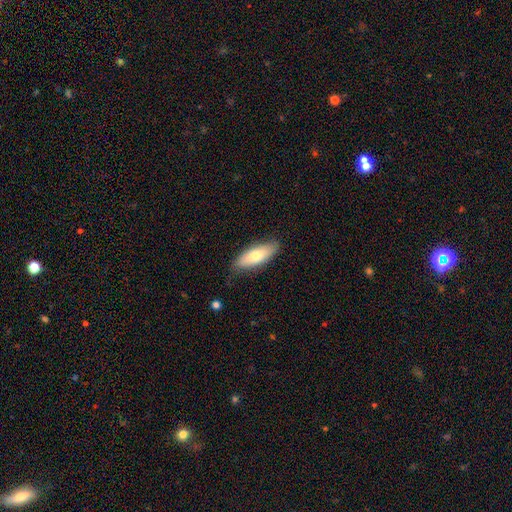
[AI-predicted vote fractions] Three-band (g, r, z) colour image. It shows a smooth galaxy with no disk features (73%) that is in between round and cigar-shaped (69%). Merging: none (81%).